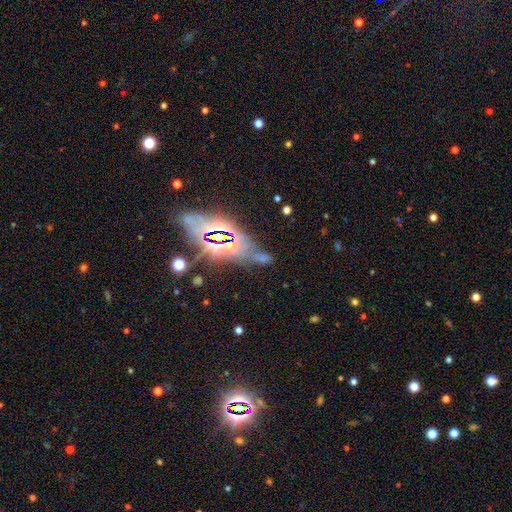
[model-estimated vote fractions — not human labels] star or artifact 49%, featured or disk 33%, smooth 17%.